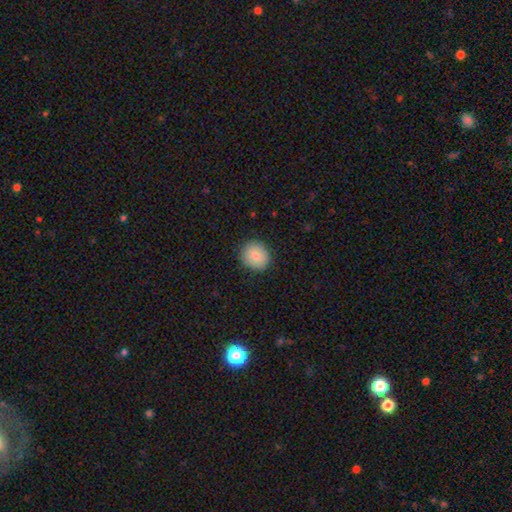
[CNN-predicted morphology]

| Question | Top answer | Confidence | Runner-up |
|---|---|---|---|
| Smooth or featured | smooth | 84% | featured or disk (8%) |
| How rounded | round | 80% | in between (19%) |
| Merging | none | 88% | minor disturbance (9%) |